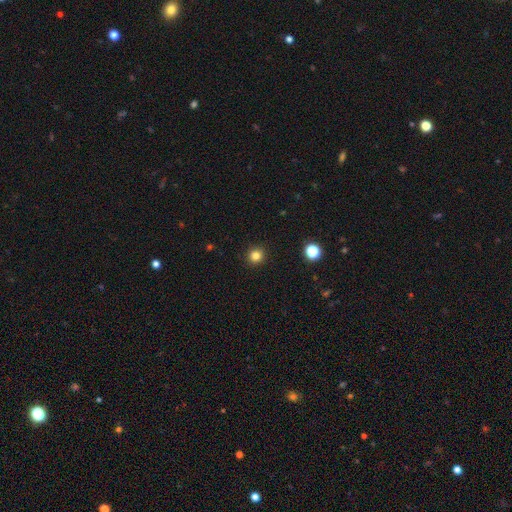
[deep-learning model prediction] Smooth or featured? smooth (82%)
How rounded? round (93%)
Merging? none (92%)